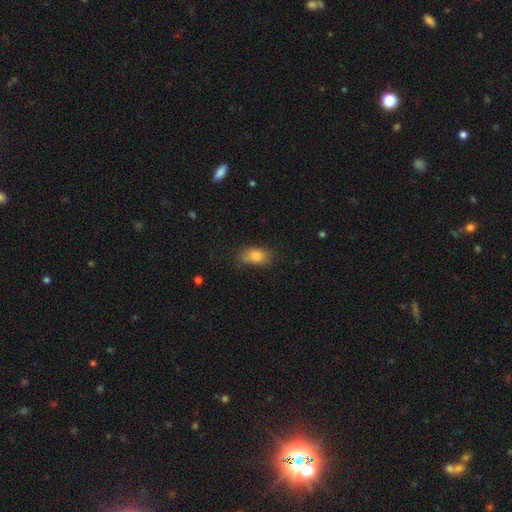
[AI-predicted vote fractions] This is clearly a smooth galaxy (81%). How rounded: clearly in between (84%). Merging: possibly none (59%).